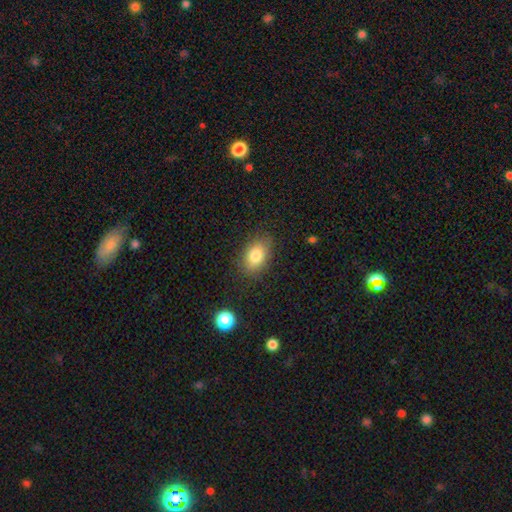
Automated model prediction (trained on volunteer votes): Smooth or featured: smooth — 81% (featured or disk — 10%)
How rounded: in between — 84% (round — 14%)
Merging: none — 83% (minor disturbance — 12%)